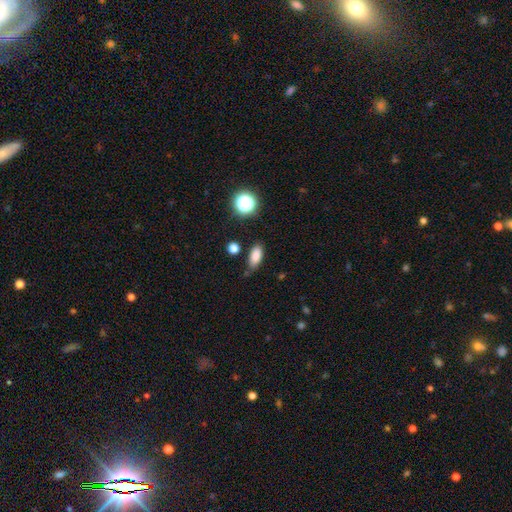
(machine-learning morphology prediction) smooth_or_featured: smooth (p=0.83) [alt: star or artifact p=0.11]
how_rounded: in between (p=0.83) [alt: cigar-shaped p=0.11]
merging: none (p=0.74) [alt: minor disturbance p=0.18]